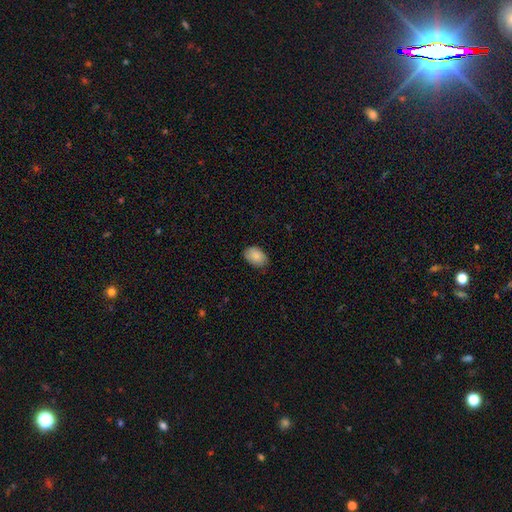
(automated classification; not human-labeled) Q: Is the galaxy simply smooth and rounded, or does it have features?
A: smooth — 87%.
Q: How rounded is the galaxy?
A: in between — 84%.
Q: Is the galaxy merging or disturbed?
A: none — 80%.